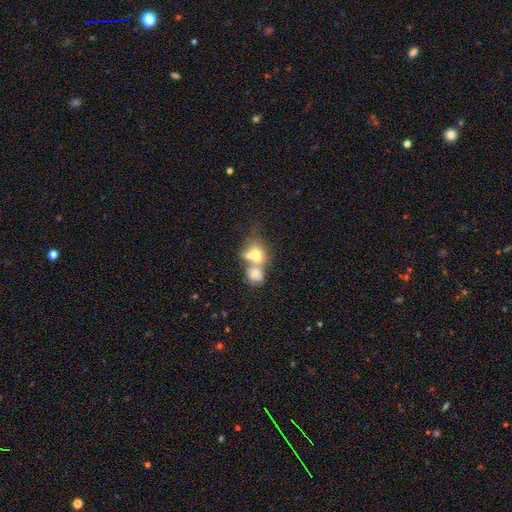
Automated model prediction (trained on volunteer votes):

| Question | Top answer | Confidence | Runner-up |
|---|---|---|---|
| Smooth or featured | smooth | 68% | featured or disk (22%) |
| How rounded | round | 57% | in between (41%) |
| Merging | merger | 67% | none (21%) |